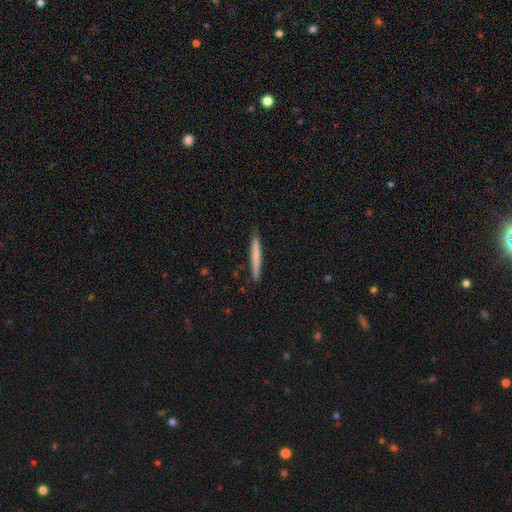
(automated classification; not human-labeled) A smooth galaxy with no disk features (68%) that is cigar-shaped (97%).

Vote fractions:
- Smooth or featured? smooth: 68% / featured or disk: 27% / star or artifact: 6%
- How rounded? cigar-shaped: 97% / in between: 2% / round: 1%
- Merging? none: 89% / minor disturbance: 8% / major disturbance: 1% / merger: 1%